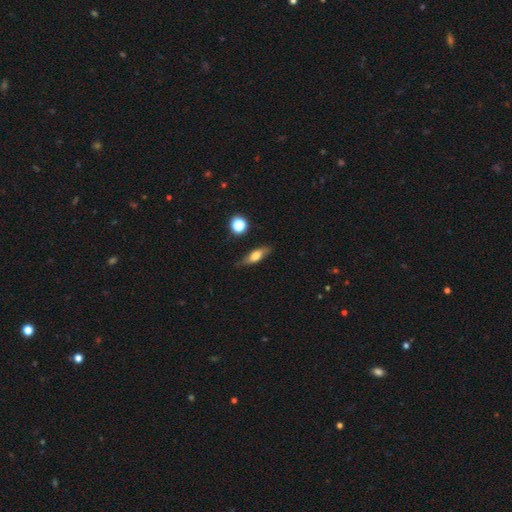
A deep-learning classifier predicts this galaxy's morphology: Overall: smooth (62%; featured or disk 29%). How rounded: in between (58%; cigar-shaped 36%). Merging: none (78%).